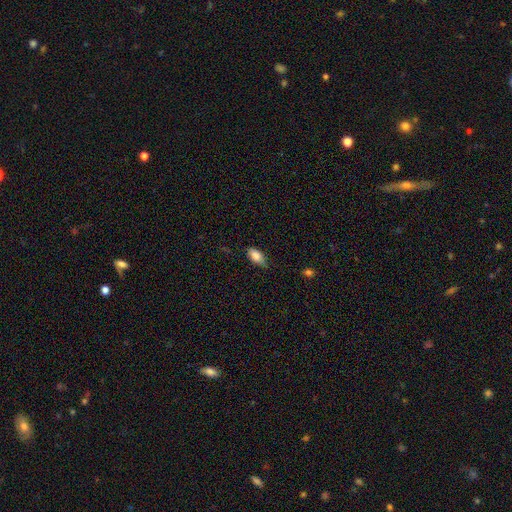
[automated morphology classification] Smooth or featured?
  - smooth: 82% *
  - featured or disk: 11%
  - star or artifact: 7%
How rounded?
  - in between: 89% *
  - cigar-shaped: 7%
  - round: 4%
Merging?
  - none: 71% *
  - minor disturbance: 24%
  - major disturbance: 4%
  - merger: 1%